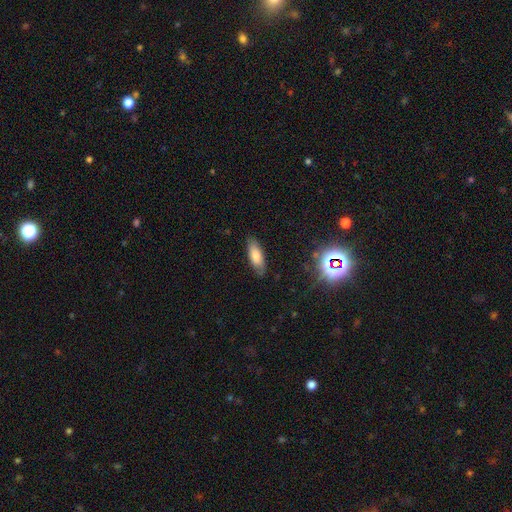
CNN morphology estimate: This is likely a smooth galaxy (74%). How rounded: likely in between (72%). Merging: clearly none (81%).